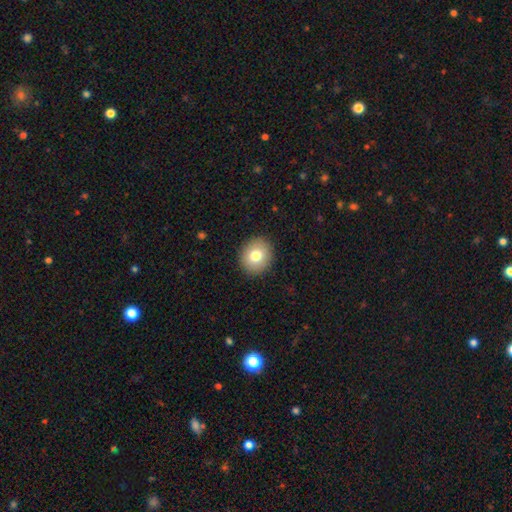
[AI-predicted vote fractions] Morphology: type=smooth (78%); roundness=round (76%); merging=none (91%).